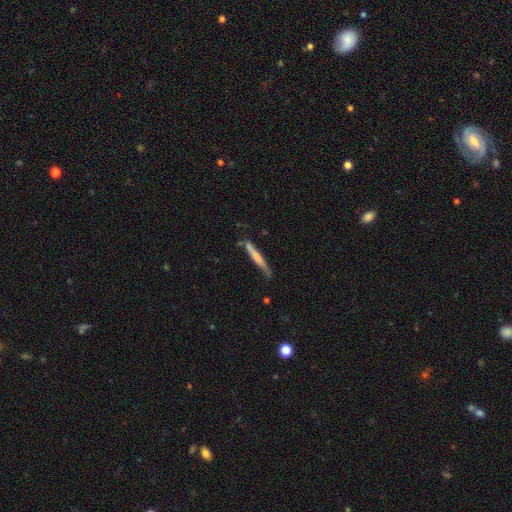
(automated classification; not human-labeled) Overall: smooth (60%; featured or disk 34%). How rounded: cigar-shaped (95%). Merging: none (66%).